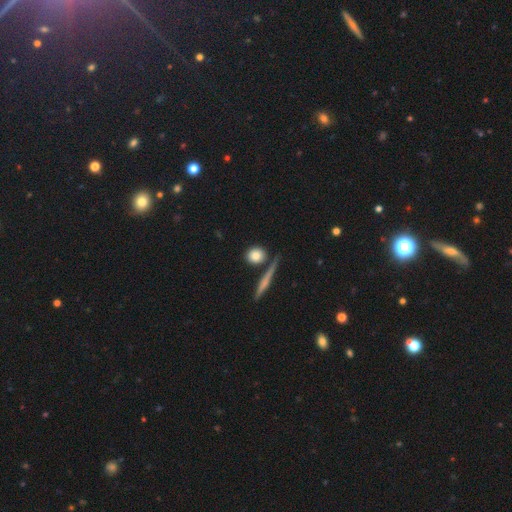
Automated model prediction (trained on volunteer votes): This appears to be a smooth galaxy with no disk features (82%) that is round (75%). Merging: none (77%).